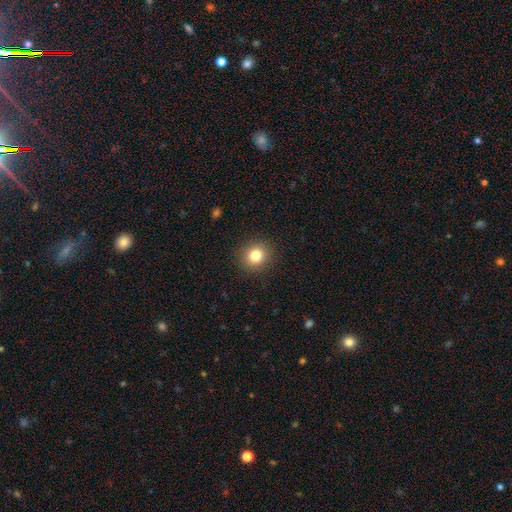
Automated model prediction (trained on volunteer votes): This appears to be a smooth galaxy with no disk features (82%) that is round (85%). Merging: none (90%).